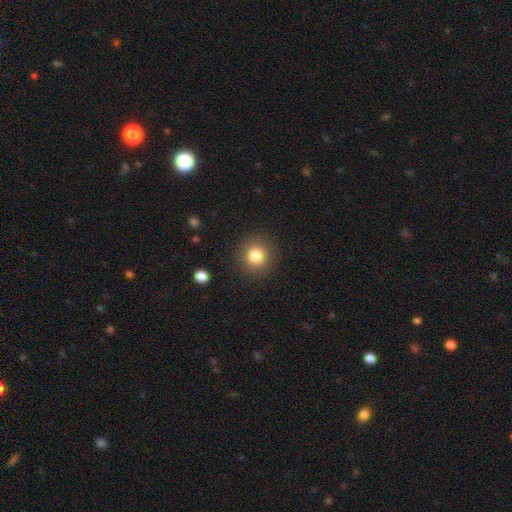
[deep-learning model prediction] Smooth or featured: smooth — 82% (star or artifact — 11%)
How rounded: round — 89% (in between — 10%)
Merging: none — 89% (minor disturbance — 7%)